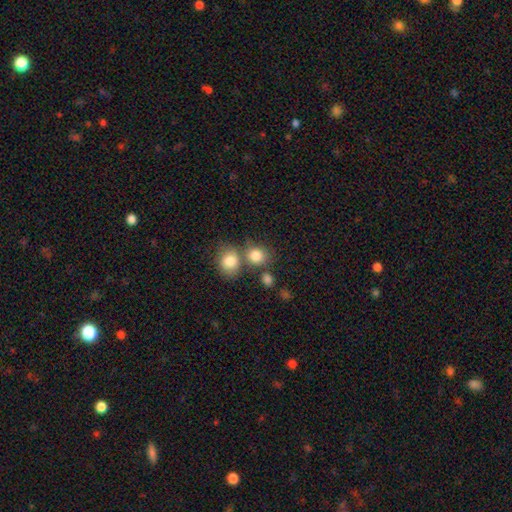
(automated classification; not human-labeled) smooth 82%, star or artifact 10%, featured or disk 8%. Down the decision tree: how rounded — round (75%); merging — none (53%).